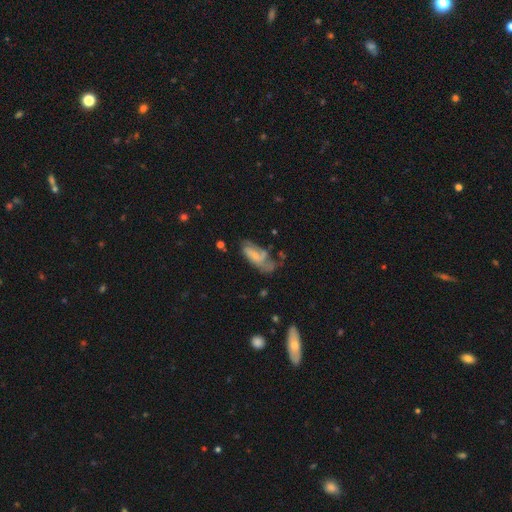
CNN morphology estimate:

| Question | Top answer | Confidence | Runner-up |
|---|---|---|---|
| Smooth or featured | featured or disk | 55% | smooth (37%) |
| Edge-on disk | no | 93% | yes (7%) |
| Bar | no | 59% | weak (33%) |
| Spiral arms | yes | 74% | no (26%) |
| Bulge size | small | 56% | moderate (22%) |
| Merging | major disturbance | 33% | none (32%) |